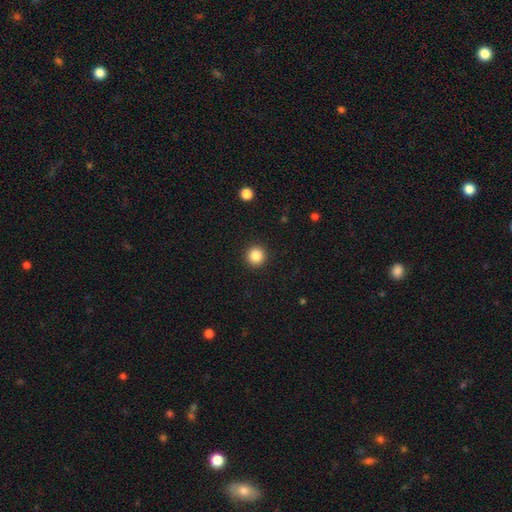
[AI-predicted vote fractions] Q: Smooth or featured?
A: smooth (85%); runner-up: star or artifact (11%)
Q: How rounded?
A: round (95%); runner-up: in between (4%)
Q: Merging?
A: none (93%); runner-up: minor disturbance (4%)